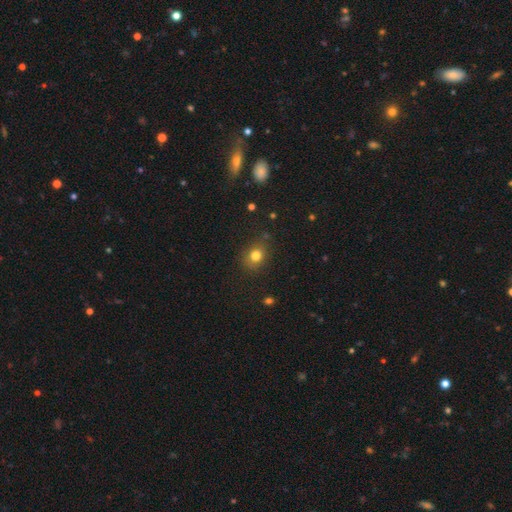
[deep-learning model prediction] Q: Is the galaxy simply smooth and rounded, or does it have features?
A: smooth — 80%.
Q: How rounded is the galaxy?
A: round — 63%.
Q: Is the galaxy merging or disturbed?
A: none — 82%.